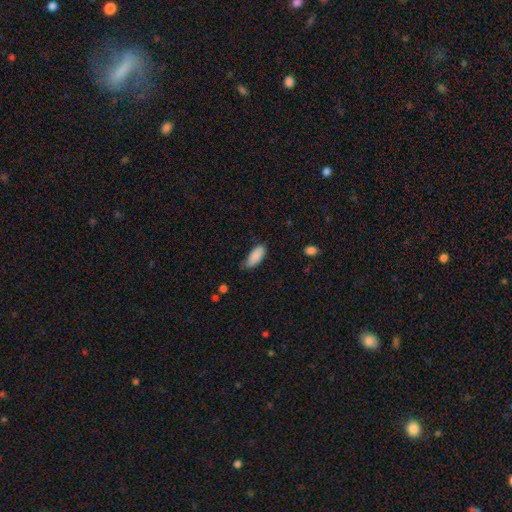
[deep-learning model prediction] Smooth or featured? smooth (89%)
How rounded? in between (86%)
Merging? none (59%)